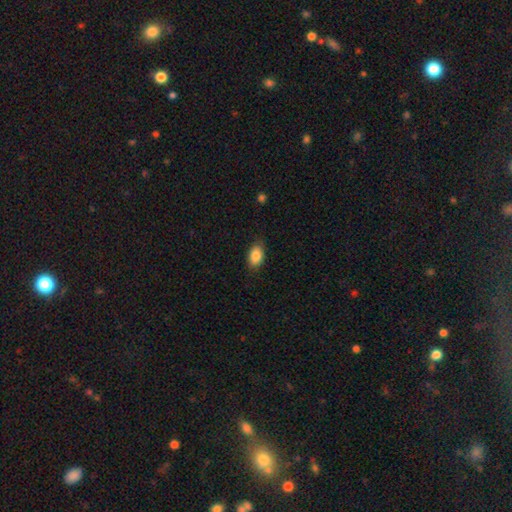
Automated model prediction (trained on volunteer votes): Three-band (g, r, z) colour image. It shows a smooth galaxy with no disk features (86%) that is in between round and cigar-shaped (89%). Merging: none (83%).